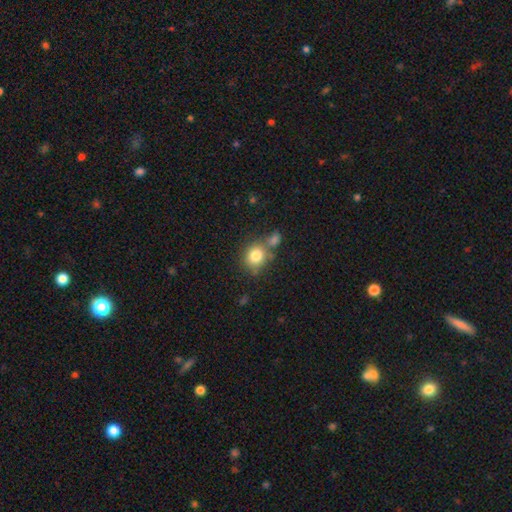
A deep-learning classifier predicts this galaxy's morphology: smooth_or_featured: smooth (p=0.81) [alt: star or artifact p=0.10]
how_rounded: round (p=0.76) [alt: in between p=0.23]
merging: none (p=0.57) [alt: merger p=0.25]